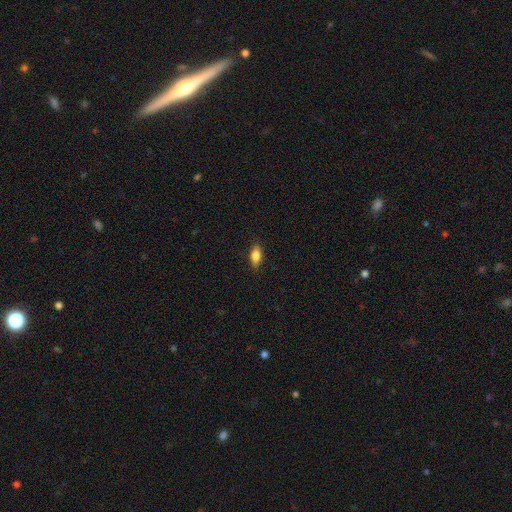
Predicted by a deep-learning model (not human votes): Smooth or featured? smooth (84%)
How rounded? in between (86%)
Merging? none (87%)